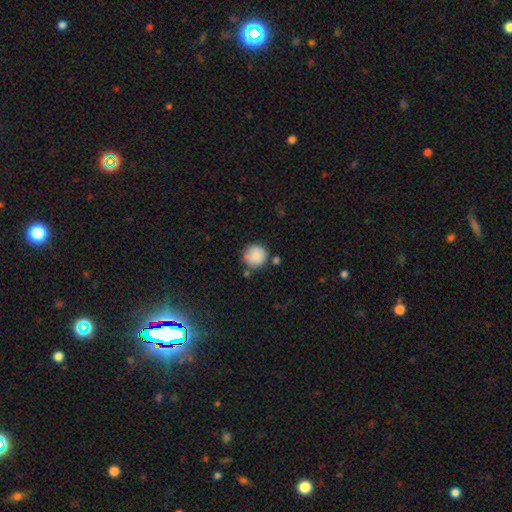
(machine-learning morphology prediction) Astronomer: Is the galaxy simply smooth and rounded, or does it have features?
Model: smooth — 86%.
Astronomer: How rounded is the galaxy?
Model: round — 93%.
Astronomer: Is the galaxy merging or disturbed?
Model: none — 70%.